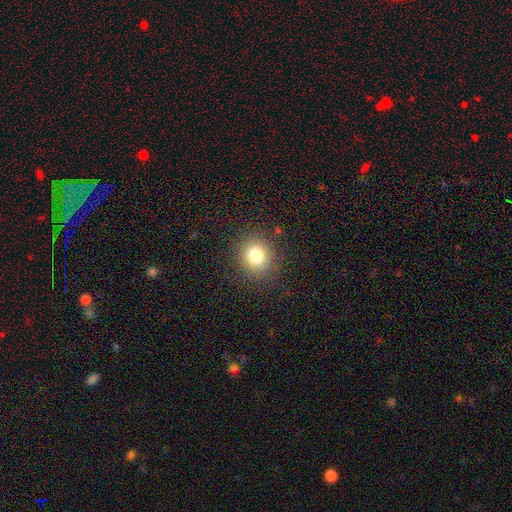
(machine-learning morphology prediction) Smooth or featured?
  - smooth: 80% *
  - star or artifact: 13%
  - featured or disk: 7%
How rounded?
  - round: 79% *
  - in between: 20%
  - cigar-shaped: 1%
Merging?
  - none: 87% *
  - minor disturbance: 8%
  - major disturbance: 3%
  - merger: 1%